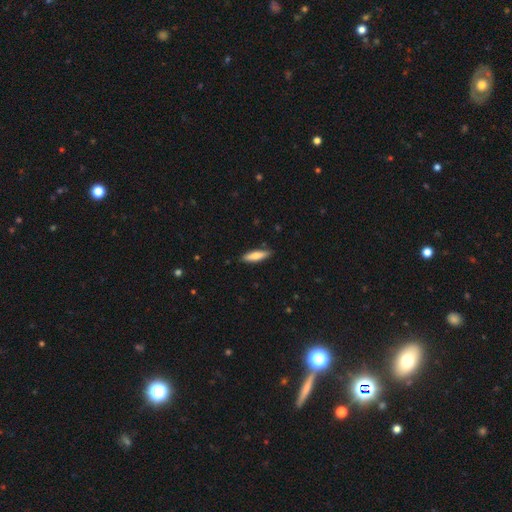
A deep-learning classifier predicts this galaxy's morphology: This is likely a smooth galaxy (74%). How rounded: likely cigar-shaped (63%). Merging: clearly none (87%).